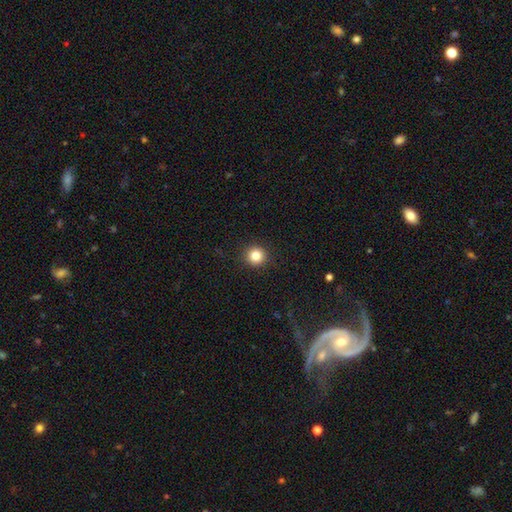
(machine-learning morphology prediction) Smooth or featured? smooth (84%)
How rounded? round (94%)
Merging? none (92%)